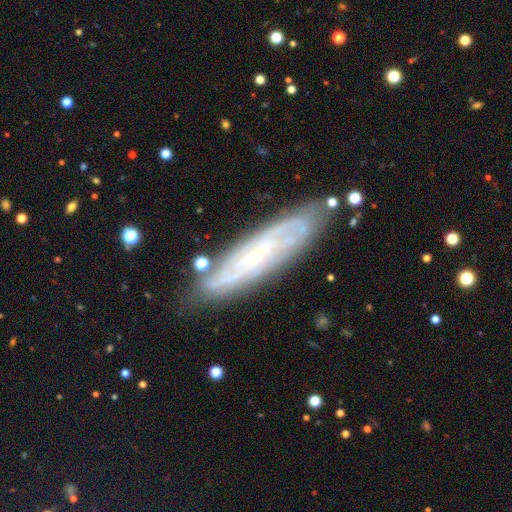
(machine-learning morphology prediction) featured or disk 71%, smooth 20%, star or artifact 8%. Down the decision tree: edge-on disk — no (68%); merging — none (80%).